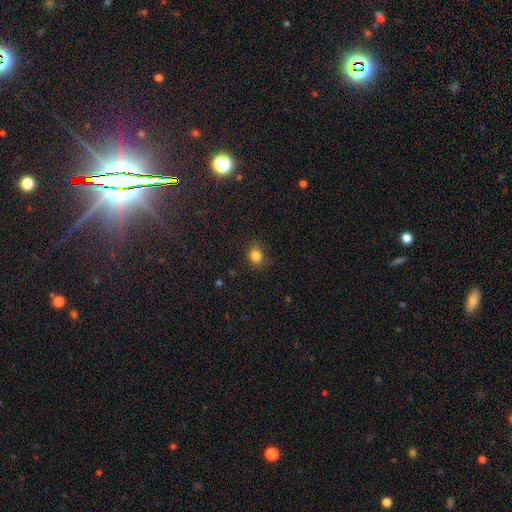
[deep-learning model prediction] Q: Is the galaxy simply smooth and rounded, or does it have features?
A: smooth — 83%.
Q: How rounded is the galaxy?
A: round — 70%.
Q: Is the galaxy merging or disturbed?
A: none — 73%.